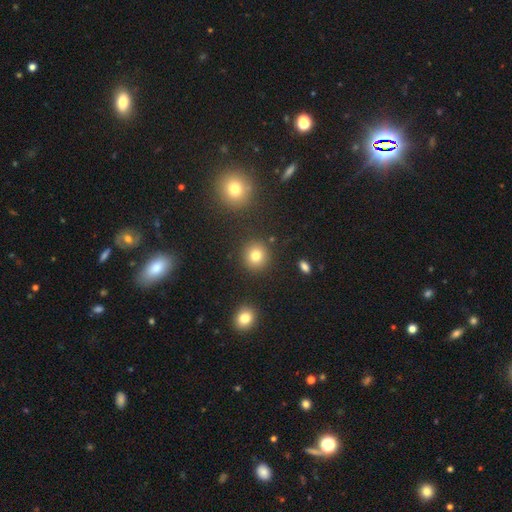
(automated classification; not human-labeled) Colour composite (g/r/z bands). It shows a smooth galaxy with no disk features (80%) that is round (89%). Merging: none (88%).